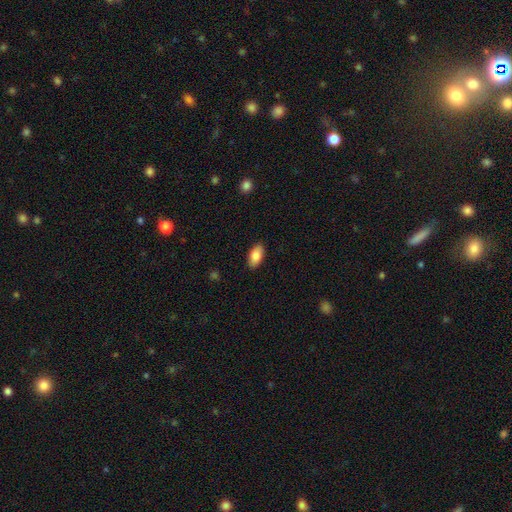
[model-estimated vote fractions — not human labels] The model was most divided on "smooth or featured": smooth: 86%, featured or disk: 8%, star or artifact: 7%. More confident: how rounded — in between (93%); merging — none (89%).